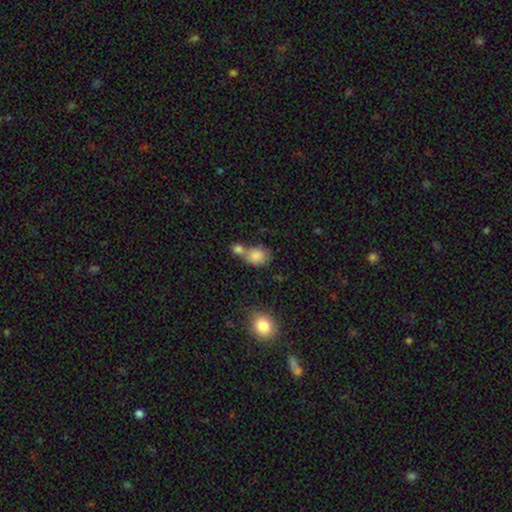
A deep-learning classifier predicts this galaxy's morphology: smooth_or_featured: smooth (p=0.83) [alt: star or artifact p=0.09]
how_rounded: round (p=0.53) [alt: in between p=0.46]
merging: merger (p=0.51) [alt: none p=0.31]